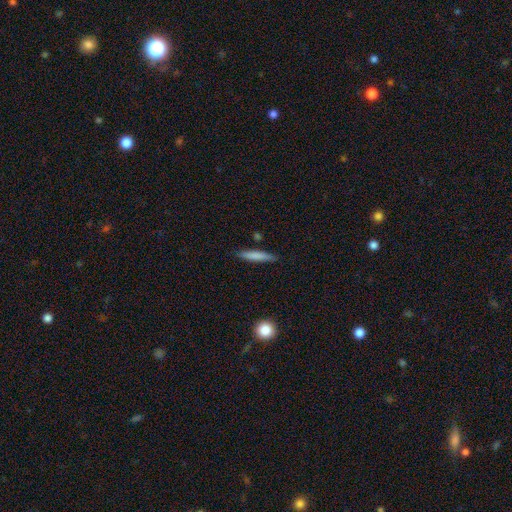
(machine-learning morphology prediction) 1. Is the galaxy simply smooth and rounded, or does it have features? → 76% smooth, 18% featured or disk, 6% star or artifact.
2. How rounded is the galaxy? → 91% cigar-shaped, 7% in between, 1% round.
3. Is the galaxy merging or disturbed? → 87% none, 9% minor disturbance, 2% merger, 2% major disturbance.